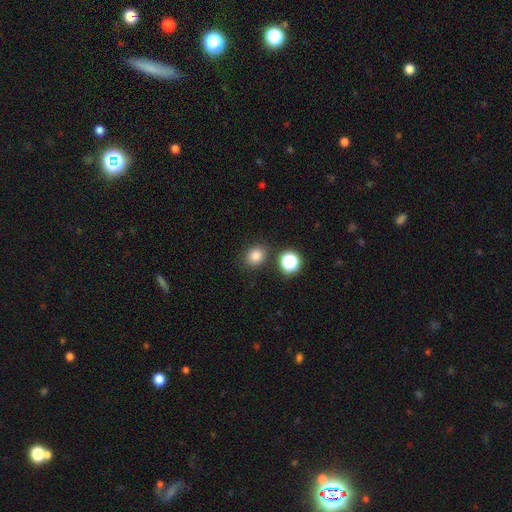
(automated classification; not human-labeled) This appears to be a smooth galaxy with no disk features (81%) that is round (69%). Merging: none (83%).